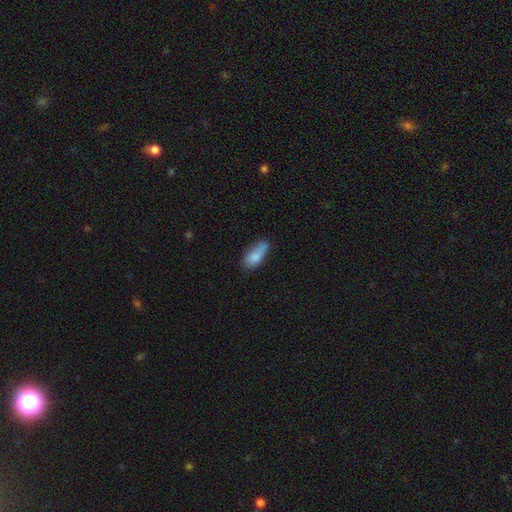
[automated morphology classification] The model was most divided on "merging": none: 46%, minor disturbance: 32%, merger: 11%, major disturbance: 10%. More confident: how rounded — in between (82%); smooth or featured — smooth (80%).